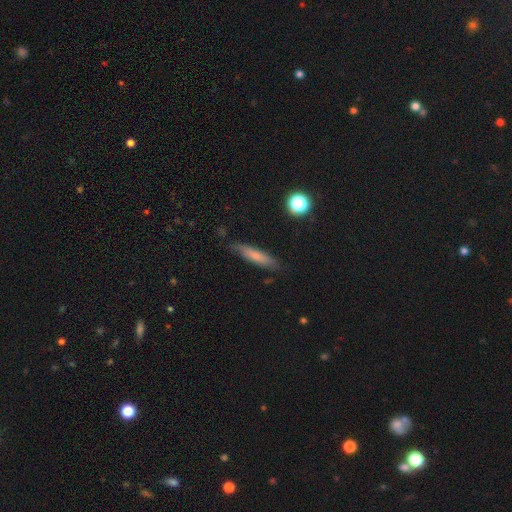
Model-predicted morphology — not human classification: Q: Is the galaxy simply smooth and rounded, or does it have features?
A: smooth — 68%.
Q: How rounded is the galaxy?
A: cigar-shaped — 82%.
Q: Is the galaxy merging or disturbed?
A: none — 79%.